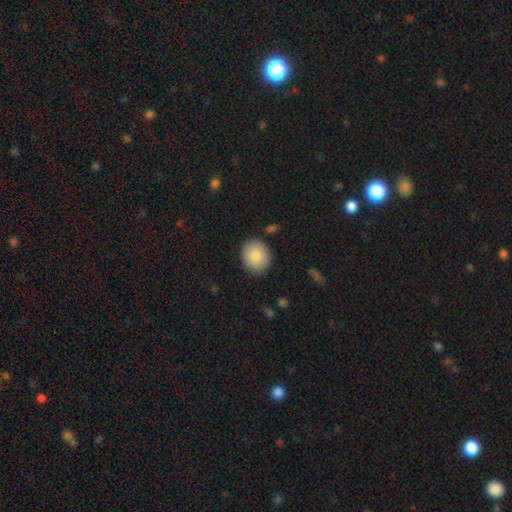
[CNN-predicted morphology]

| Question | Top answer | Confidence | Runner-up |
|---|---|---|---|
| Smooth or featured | smooth | 85% | featured or disk (8%) |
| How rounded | round | 77% | in between (22%) |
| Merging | none | 87% | minor disturbance (9%) |